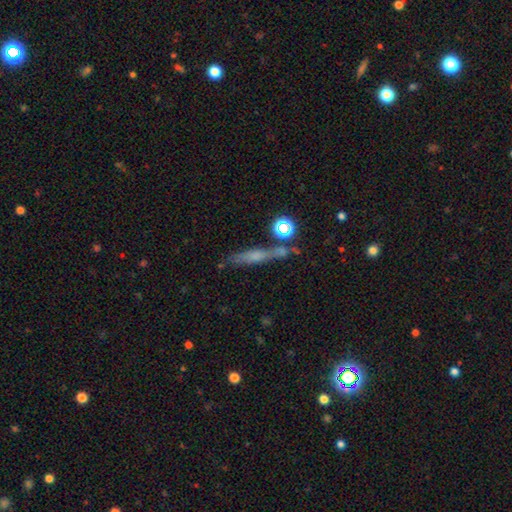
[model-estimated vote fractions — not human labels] smooth-or-featured: smooth: 45% | featured or disk: 39% | star or artifact: 16%
  merging: none: 68% | minor disturbance: 15% | merger: 11% | major disturbance: 6%